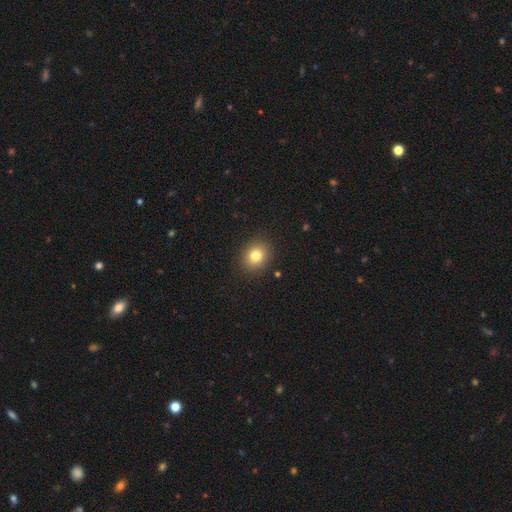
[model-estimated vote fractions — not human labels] smooth 80%, star or artifact 12%, featured or disk 8%. Down the decision tree: how rounded — round (67%); merging — none (88%).